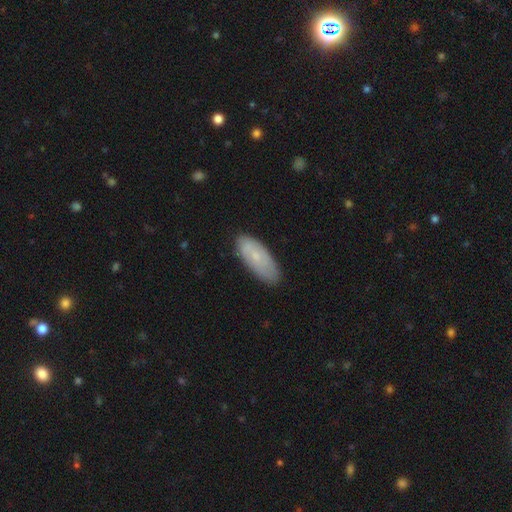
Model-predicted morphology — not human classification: Q: Smooth or featured?
A: smooth (65%); runner-up: featured or disk (28%)
Q: How rounded?
A: in between (81%); runner-up: cigar-shaped (17%)
Q: Merging?
A: none (77%); runner-up: minor disturbance (18%)